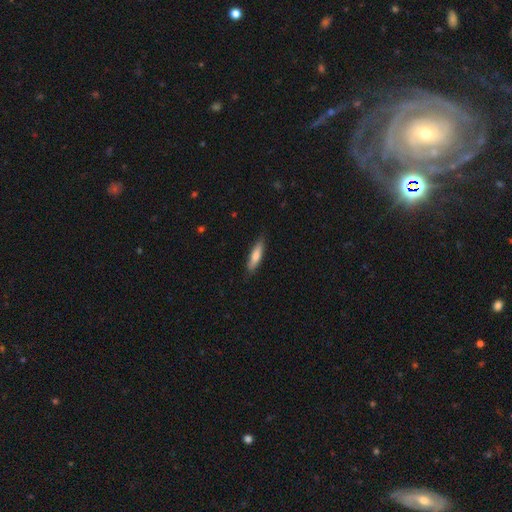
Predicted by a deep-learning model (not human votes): The model was most divided on "how rounded": cigar-shaped: 69%, in between: 29%, round: 2%. More confident: merging — none (83%); smooth or featured — smooth (72%).